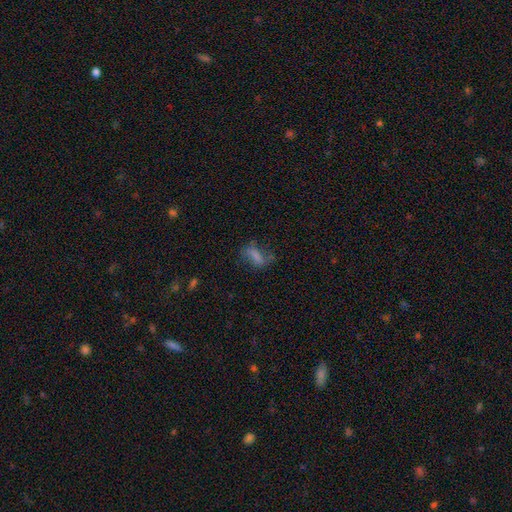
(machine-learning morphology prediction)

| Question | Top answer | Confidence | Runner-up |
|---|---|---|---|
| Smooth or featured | smooth | 65% | featured or disk (22%) |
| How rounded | in between | 75% | cigar-shaped (19%) |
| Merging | none | 47% | minor disturbance (27%) |